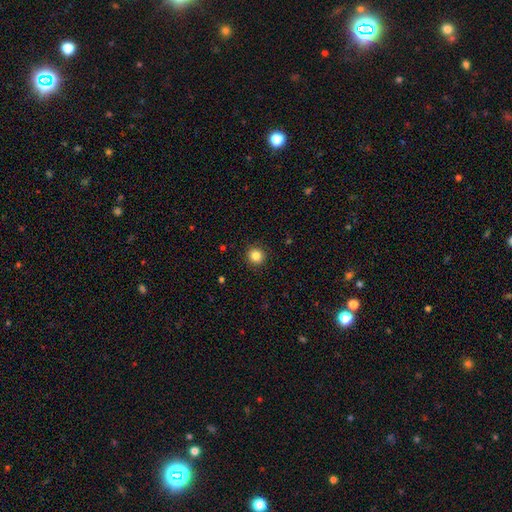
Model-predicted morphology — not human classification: Q: Smooth or featured?
A: smooth (84%); runner-up: star or artifact (11%)
Q: How rounded?
A: round (93%); runner-up: in between (6%)
Q: Merging?
A: none (92%); runner-up: minor disturbance (5%)